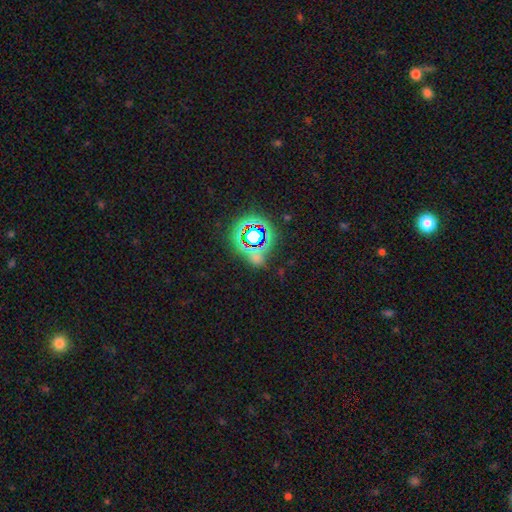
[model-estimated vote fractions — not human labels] smooth_or_featured: star or artifact (p=0.70) [alt: smooth p=0.20]